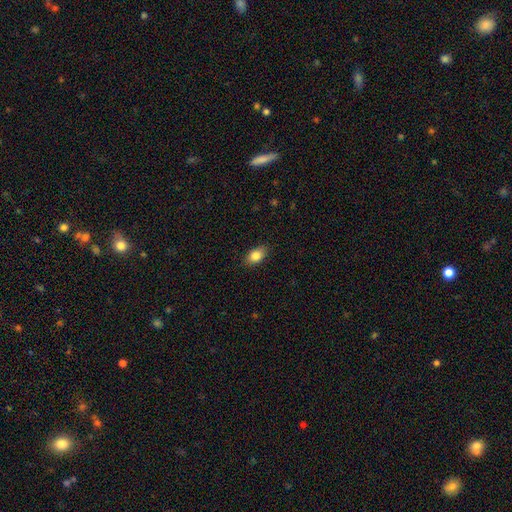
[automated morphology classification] Smooth or featured: smooth — 83% (featured or disk — 9%)
How rounded: in between — 86% (round — 11%)
Merging: none — 87% (minor disturbance — 10%)